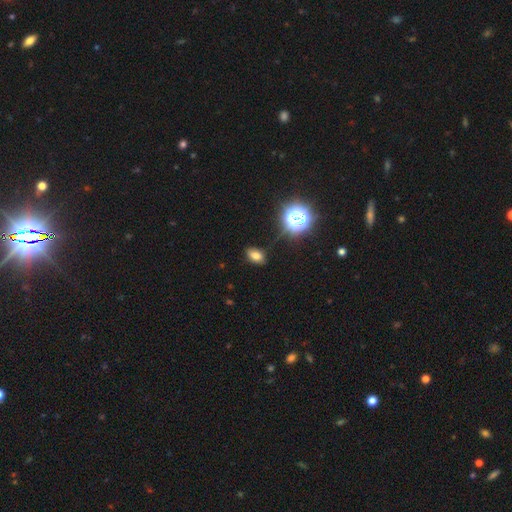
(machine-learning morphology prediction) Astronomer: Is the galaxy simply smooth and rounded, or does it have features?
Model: smooth — 72%.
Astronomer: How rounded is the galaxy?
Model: in between — 83%.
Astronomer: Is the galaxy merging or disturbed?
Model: none — 82%.